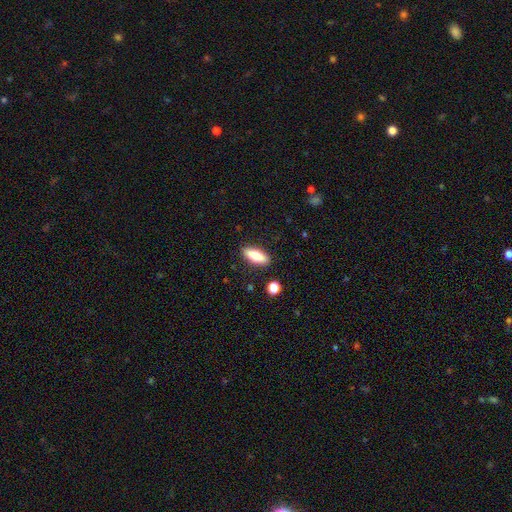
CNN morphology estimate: Smooth or featured?
  - smooth: 70% *
  - featured or disk: 23%
  - star or artifact: 7%
How rounded?
  - in between: 68% *
  - cigar-shaped: 30%
  - round: 3%
Merging?
  - none: 87% *
  - minor disturbance: 9%
  - major disturbance: 2%
  - merger: 2%